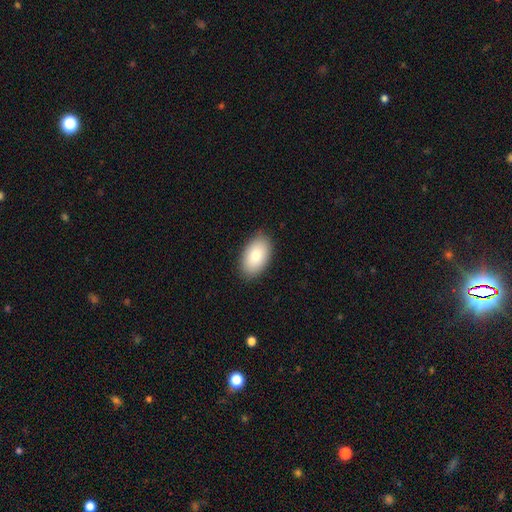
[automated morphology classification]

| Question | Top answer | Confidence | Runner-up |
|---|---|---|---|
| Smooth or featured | smooth | 84% | featured or disk (9%) |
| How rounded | in between | 94% | round (4%) |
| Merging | none | 88% | minor disturbance (9%) |